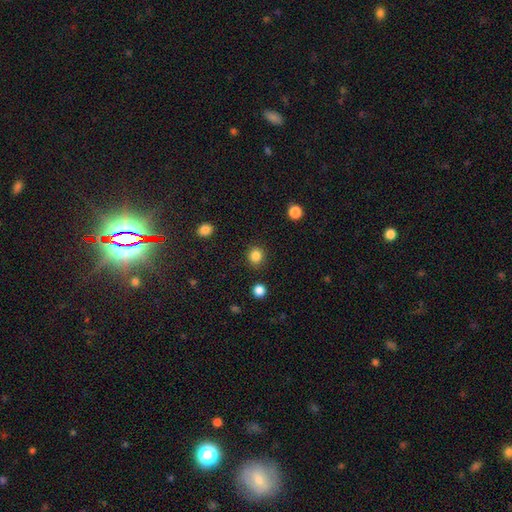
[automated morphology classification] A smooth galaxy with no disk features (85%) that is round (88%). Merging: none (89%).